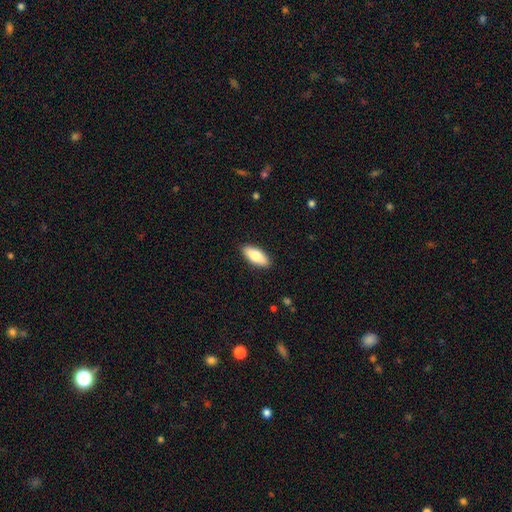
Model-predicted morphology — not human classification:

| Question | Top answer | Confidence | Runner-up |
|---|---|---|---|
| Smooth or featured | smooth | 81% | featured or disk (13%) |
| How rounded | in between | 83% | cigar-shaped (15%) |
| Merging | none | 89% | minor disturbance (8%) |